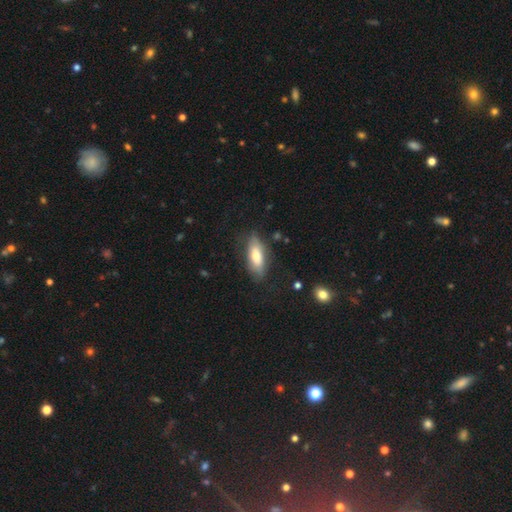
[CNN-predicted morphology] Smooth or featured?
  - smooth: 67% *
  - featured or disk: 27%
  - star or artifact: 6%
How rounded?
  - in between: 77% *
  - cigar-shaped: 21%
  - round: 2%
Merging?
  - none: 75% *
  - minor disturbance: 18%
  - major disturbance: 6%
  - merger: 2%